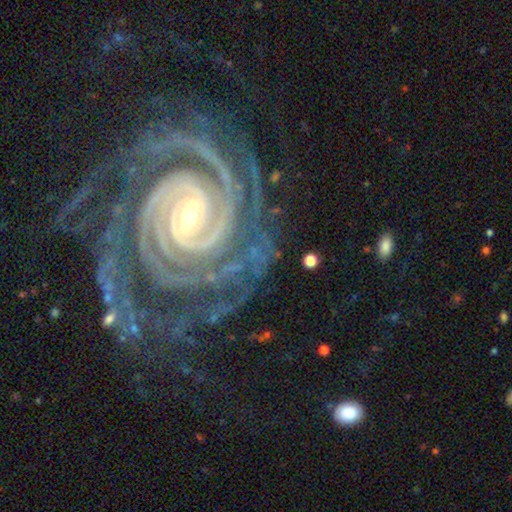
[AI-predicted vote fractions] This appears to be a featured or disk galaxy (92%) with a strong bar (46%), 4 (23%) tight (85%) spiral arms (99%) and a small central bulge (65%). Merging: none (71%).